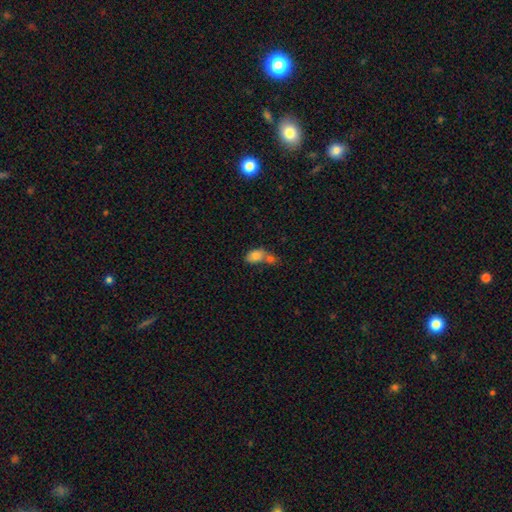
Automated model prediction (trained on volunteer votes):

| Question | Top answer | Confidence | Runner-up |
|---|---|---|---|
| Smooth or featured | smooth | 78% | featured or disk (14%) |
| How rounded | in between | 81% | round (17%) |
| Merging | merger | 60% | none (24%) |